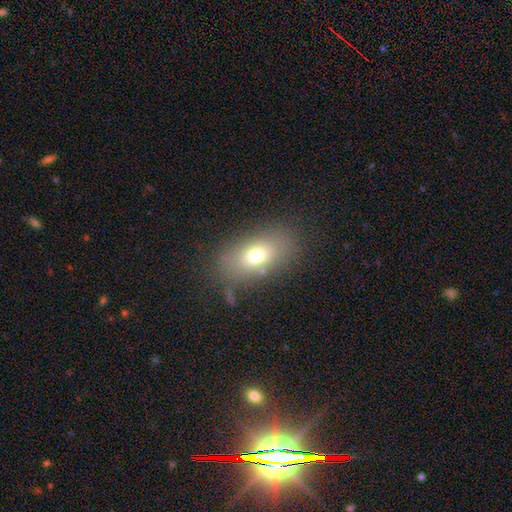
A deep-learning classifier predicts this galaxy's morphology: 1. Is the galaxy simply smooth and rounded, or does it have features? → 71% smooth, 17% featured or disk, 12% star or artifact.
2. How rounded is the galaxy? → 85% in between, 10% round, 5% cigar-shaped.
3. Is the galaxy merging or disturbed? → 75% none, 14% minor disturbance, 7% major disturbance, 4% merger.